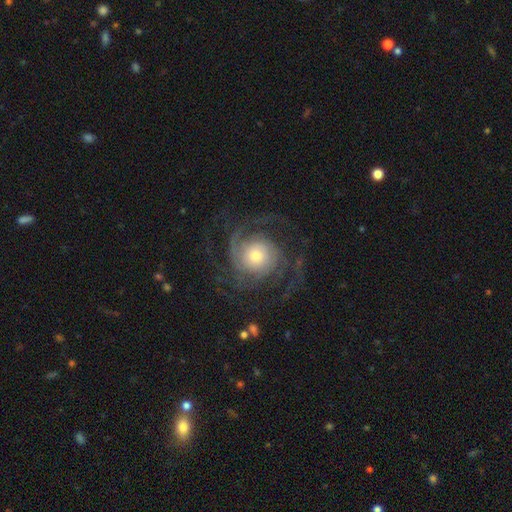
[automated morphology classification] featured or disk 87%, smooth 7%, star or artifact 5%. Down the decision tree: edge-on disk — no (98%); bar — no (76%); spiral arms — yes (97%); spiral arm count — 3 (30%); spiral winding — medium (42%); bulge size — moderate (42%); merging — none (70%).